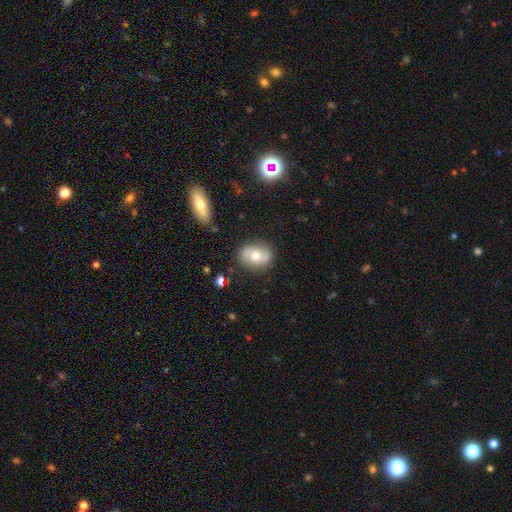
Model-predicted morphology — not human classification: Smooth or featured: smooth — 53% (featured or disk — 39%)
How rounded: in between — 55% (round — 43%)
Merging: none — 82% (minor disturbance — 13%)